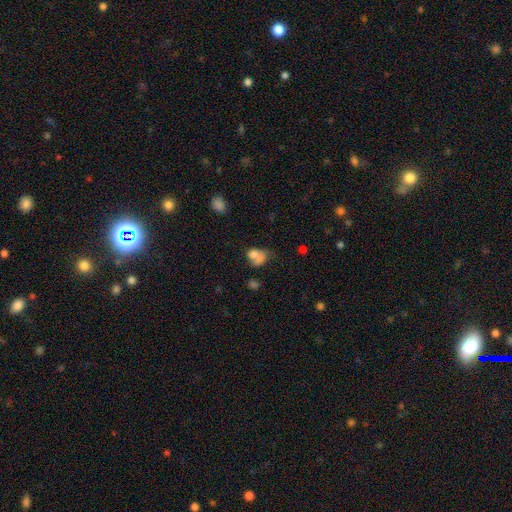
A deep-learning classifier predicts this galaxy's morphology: Smooth or featured? Predicted: smooth (p=0.70). How rounded? Predicted: in between (p=0.58). Merging? Predicted: merger (p=0.41).